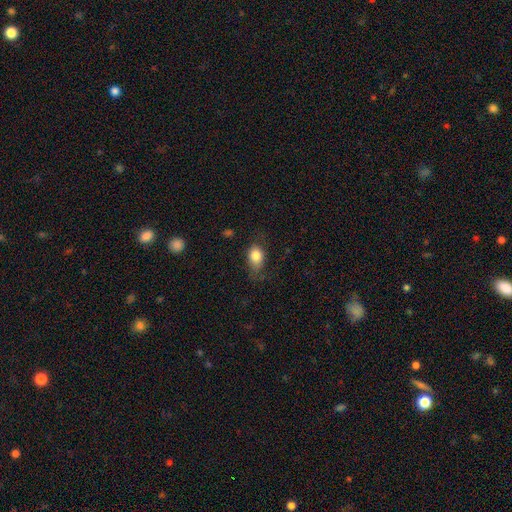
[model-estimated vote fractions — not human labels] This appears to be a smooth galaxy with no disk features (81%) that is in between round and cigar-shaped (76%). Merging: none (62%).